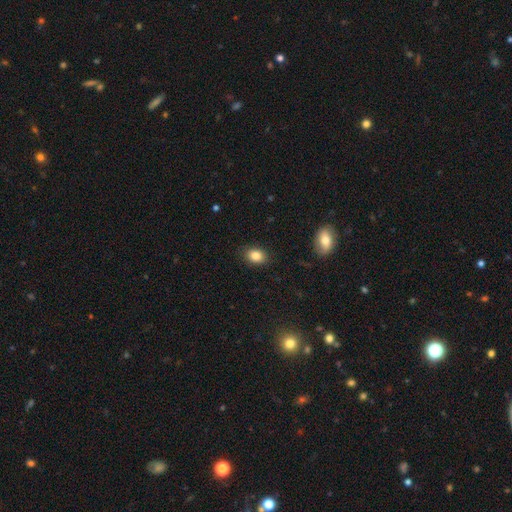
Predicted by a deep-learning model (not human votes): smooth-or-featured: smooth: 85% | star or artifact: 9% | featured or disk: 5%
  how-rounded: in between: 71% | round: 28% | cigar-shaped: 1%
  merging: none: 86% | minor disturbance: 10% | major disturbance: 2% | merger: 1%